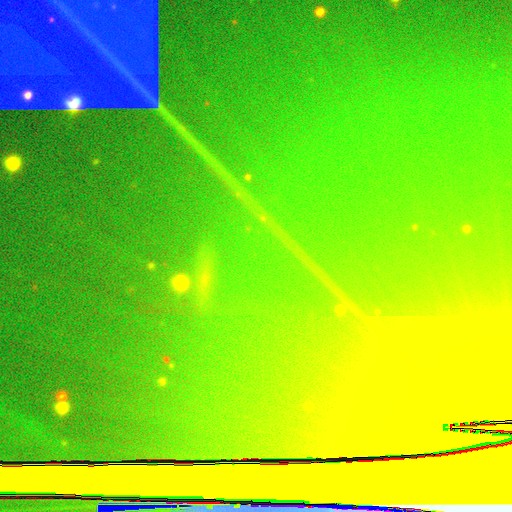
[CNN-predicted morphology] Overall: star or artifact (85%).